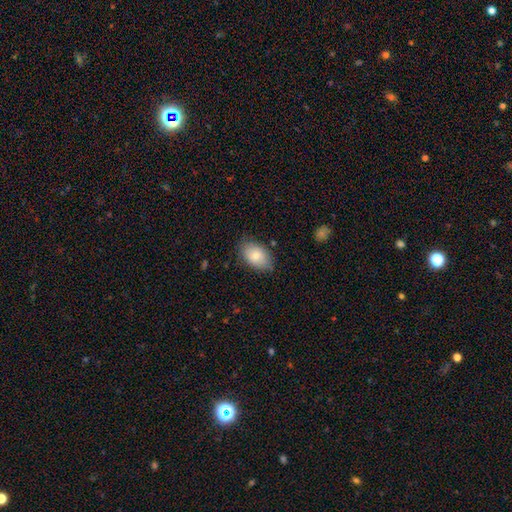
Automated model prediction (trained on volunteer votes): smooth 79%, featured or disk 14%, star or artifact 7%. Down the decision tree: how rounded — in between (89%); merging — none (78%).